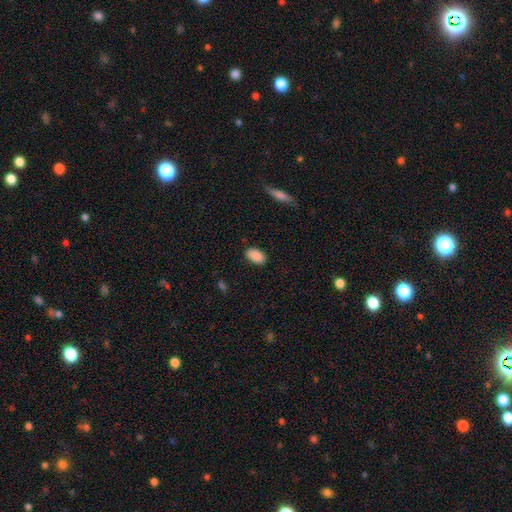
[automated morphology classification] smooth-or-featured: smooth: 89% | star or artifact: 7% | featured or disk: 4%
  how-rounded: in between: 92% | round: 6% | cigar-shaped: 2%
  merging: none: 86% | minor disturbance: 10% | major disturbance: 2% | merger: 1%